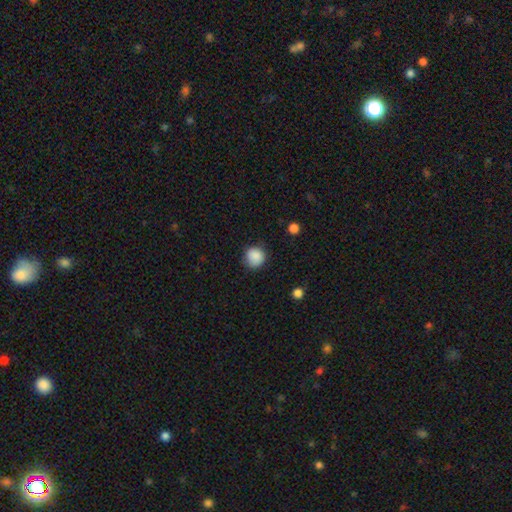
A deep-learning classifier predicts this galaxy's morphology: Smooth or featured: smooth — 87% (star or artifact — 9%)
How rounded: round — 89% (in between — 10%)
Merging: none — 81% (minor disturbance — 14%)